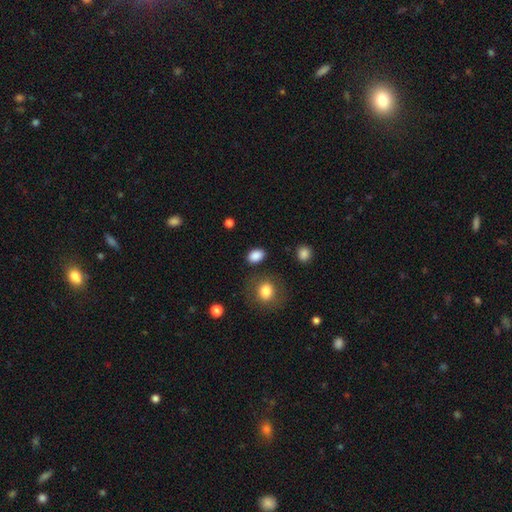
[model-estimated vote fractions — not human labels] Morphology: type=smooth (87%); roundness=in between (80%); merging=none (84%).